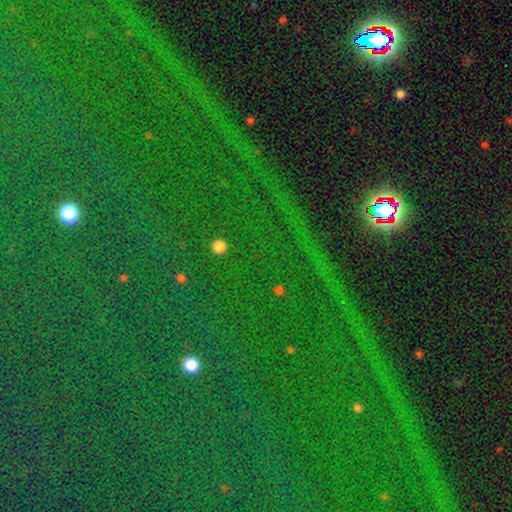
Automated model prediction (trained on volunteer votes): Smooth or featured?
  - star or artifact: 83% *
  - smooth: 9%
  - featured or disk: 8%